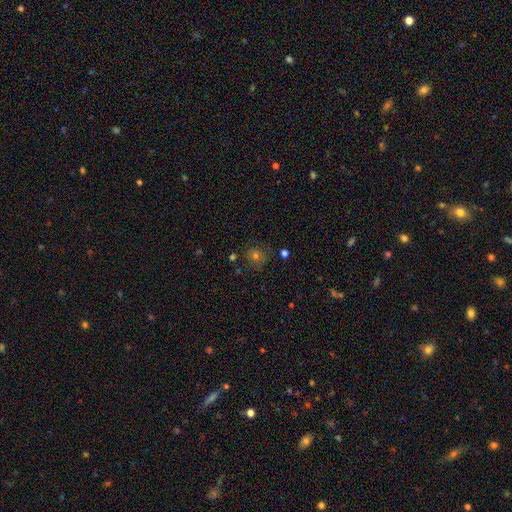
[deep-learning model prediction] Smooth or featured: smooth — 59% (star or artifact — 26%)
How rounded: round — 91% (in between — 8%)
Merging: none — 80% (minor disturbance — 12%)